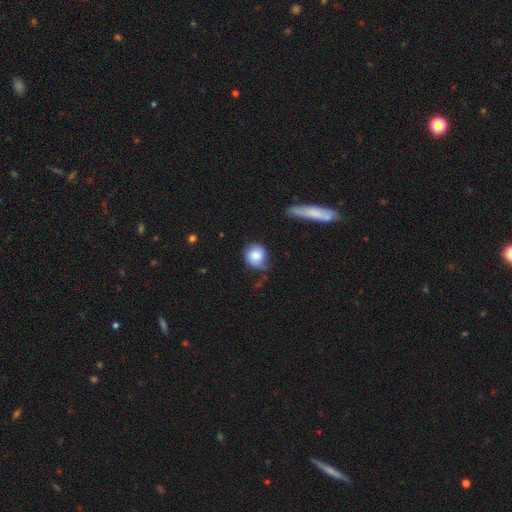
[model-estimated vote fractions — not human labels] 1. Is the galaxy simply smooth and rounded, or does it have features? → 76% smooth, 17% featured or disk, 7% star or artifact.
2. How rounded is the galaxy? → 81% round, 18% in between, 1% cigar-shaped.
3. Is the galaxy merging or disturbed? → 48% none, 36% minor disturbance, 12% major disturbance, 4% merger.